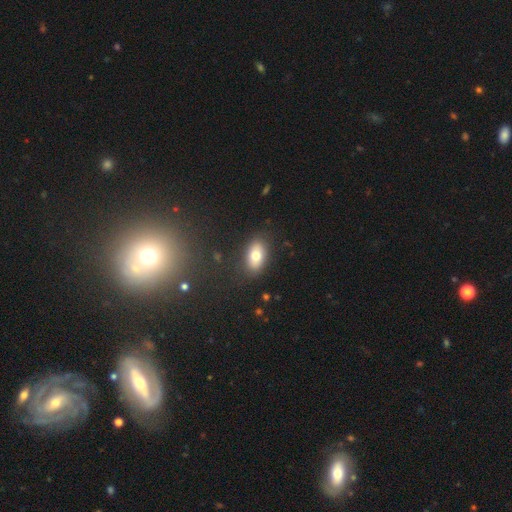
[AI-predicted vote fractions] A smooth galaxy with no disk features (76%) that is in between round and cigar-shaped (89%).

Vote fractions:
- Smooth or featured? smooth: 76% / featured or disk: 16% / star or artifact: 9%
- How rounded? in between: 89% / round: 8% / cigar-shaped: 3%
- Merging? none: 84% / minor disturbance: 11% / major disturbance: 3% / merger: 2%